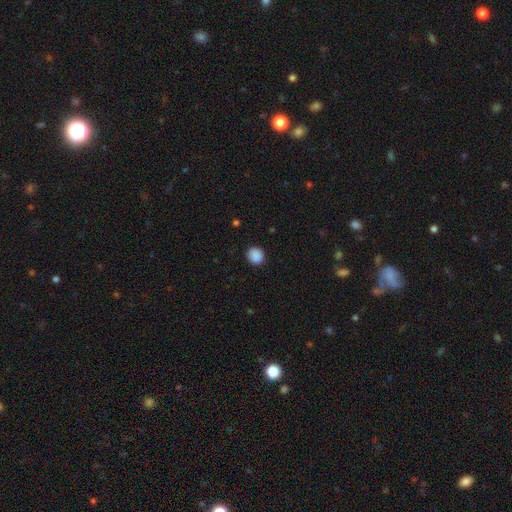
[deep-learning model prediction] A smooth galaxy with no disk features (88%) that is round (86%).

Vote fractions:
- Smooth or featured? smooth: 88% / star or artifact: 9% / featured or disk: 2%
- How rounded? round: 86% / in between: 13% / cigar-shaped: 1%
- Merging? none: 90% / minor disturbance: 7% / major disturbance: 2% / merger: 1%